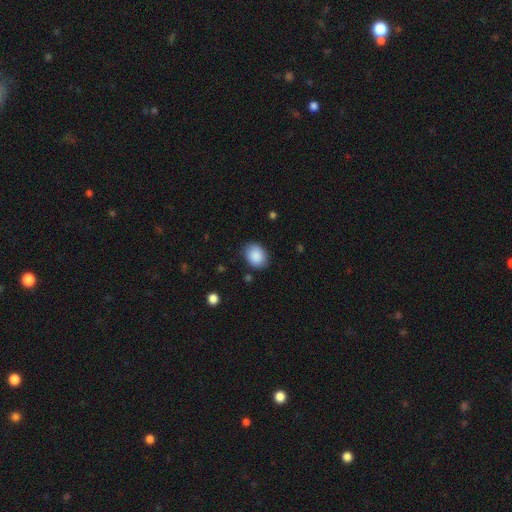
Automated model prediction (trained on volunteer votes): Smooth or featured? smooth (89%)
How rounded? in between (59%)
Merging? none (85%)